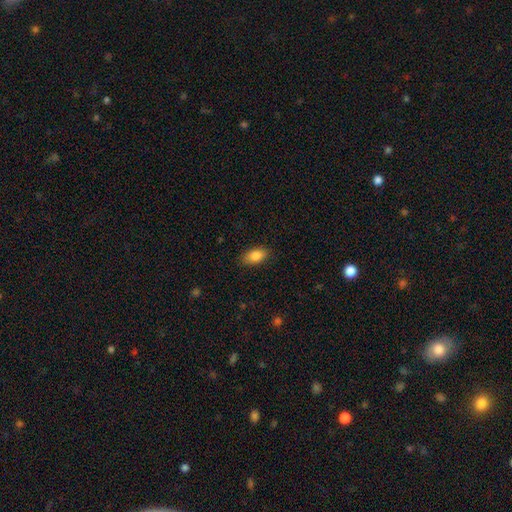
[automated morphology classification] The model was most divided on "merging": none: 86%, minor disturbance: 11%, major disturbance: 2%, merger: 1%. More confident: how rounded — in between (91%); smooth or featured — smooth (85%).